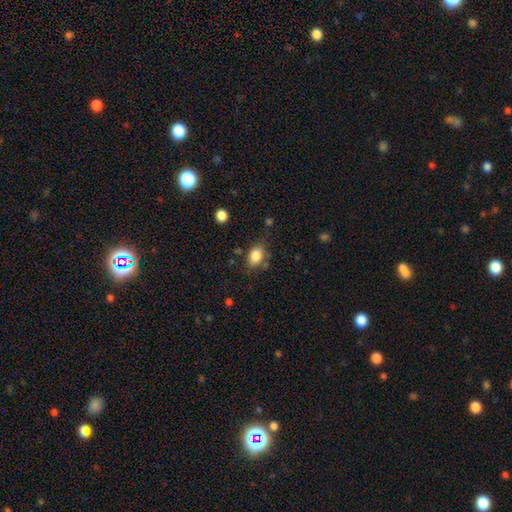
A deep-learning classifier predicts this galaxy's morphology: Overall: smooth (83%). How rounded: in between (73%). Merging: none (69%).